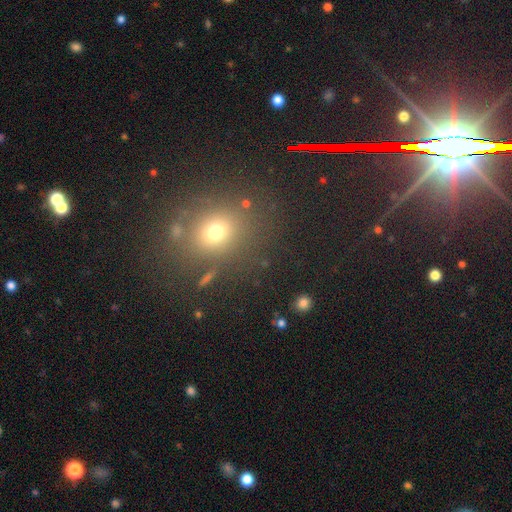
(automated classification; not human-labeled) smooth_or_featured: smooth (p=0.50) [alt: star or artifact p=0.37]
how_rounded: round (p=0.76) [alt: in between p=0.23]
merging: none (p=0.82) [alt: minor disturbance p=0.09]